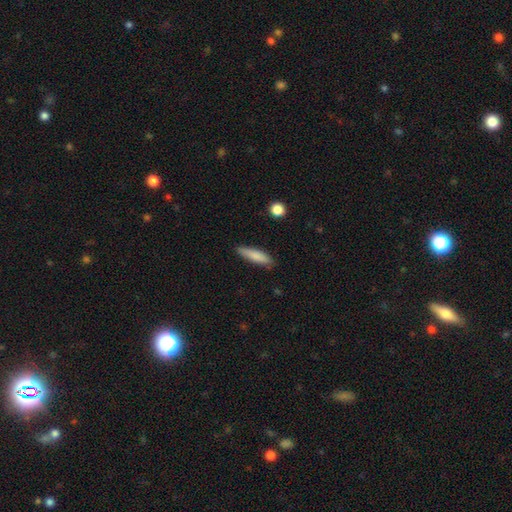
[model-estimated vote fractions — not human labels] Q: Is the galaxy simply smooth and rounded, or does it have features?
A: smooth — 80%.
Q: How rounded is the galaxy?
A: cigar-shaped — 76%.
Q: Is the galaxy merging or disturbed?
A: none — 83%.